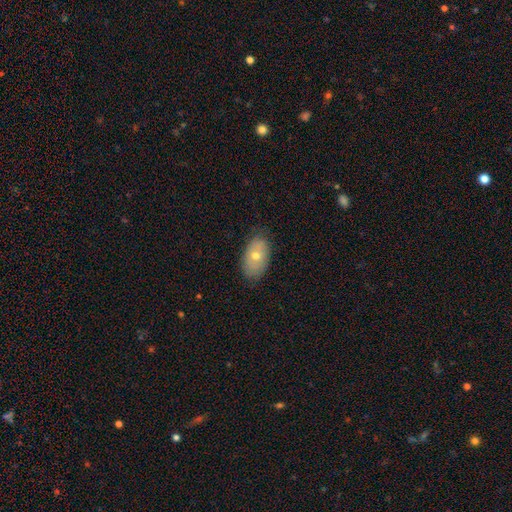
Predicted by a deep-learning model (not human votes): smooth 59%, featured or disk 33%, star or artifact 8%. Down the decision tree: how rounded — in between (90%); merging — none (79%).